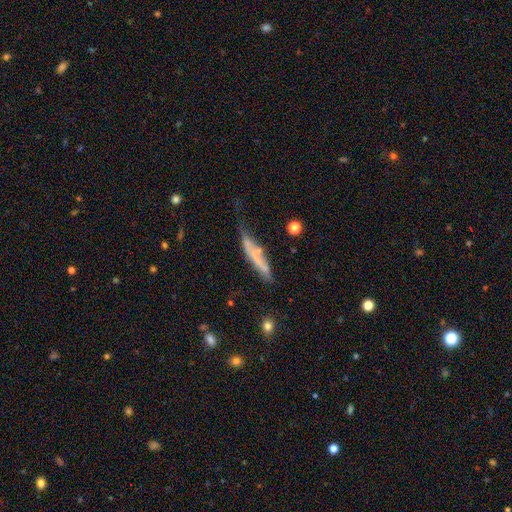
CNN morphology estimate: smooth_or_featured: smooth (p=0.48) [alt: featured or disk p=0.43]
merging: none (p=0.43) [alt: minor disturbance p=0.32]